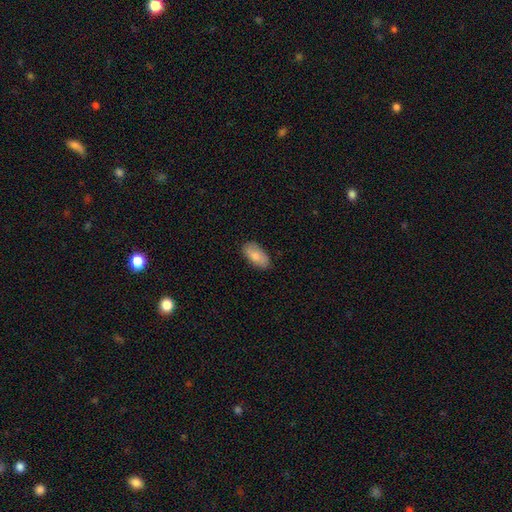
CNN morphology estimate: smooth_or_featured: smooth (p=0.84) [alt: featured or disk p=0.10]
how_rounded: in between (p=0.93) [alt: cigar-shaped p=0.04]
merging: none (p=0.83) [alt: minor disturbance p=0.13]